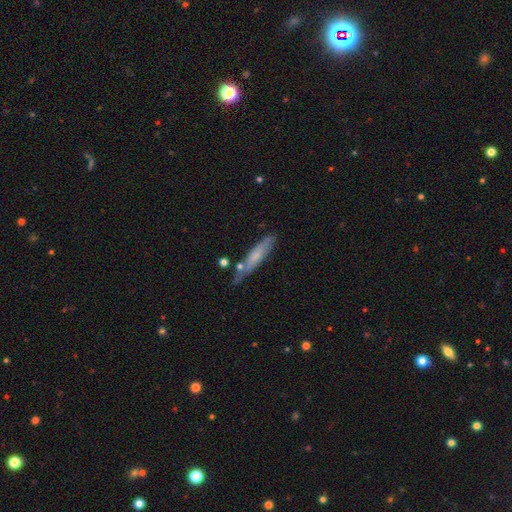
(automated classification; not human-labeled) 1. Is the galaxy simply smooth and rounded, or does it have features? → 59% smooth, 35% featured or disk, 7% star or artifact.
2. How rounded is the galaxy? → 84% cigar-shaped, 15% in between, 2% round.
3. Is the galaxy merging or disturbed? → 66% none, 22% minor disturbance, 7% merger, 5% major disturbance.